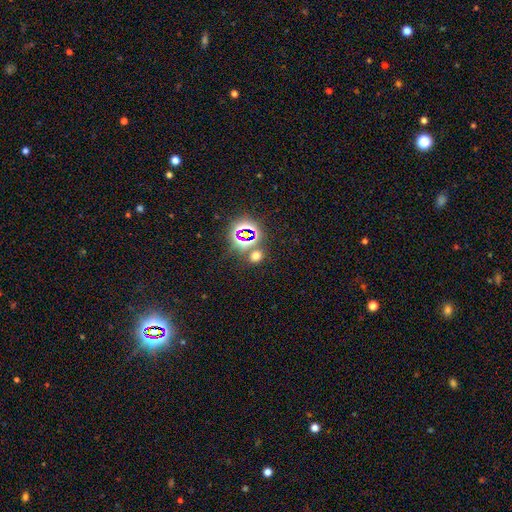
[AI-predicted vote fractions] A smooth galaxy with no disk features (48%). Merging: none (73%).